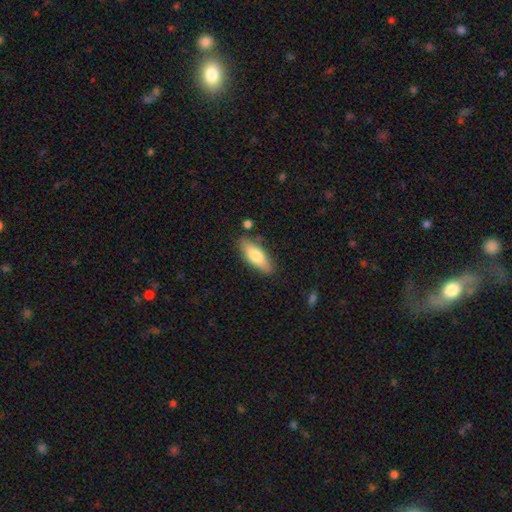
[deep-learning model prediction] A smooth galaxy with no disk features (75%) that is in between round and cigar-shaped (68%).

Vote fractions:
- Smooth or featured? smooth: 75% / featured or disk: 19% / star or artifact: 6%
- How rounded? in between: 68% / cigar-shaped: 30% / round: 2%
- Merging? none: 80% / minor disturbance: 14% / merger: 4% / major disturbance: 3%